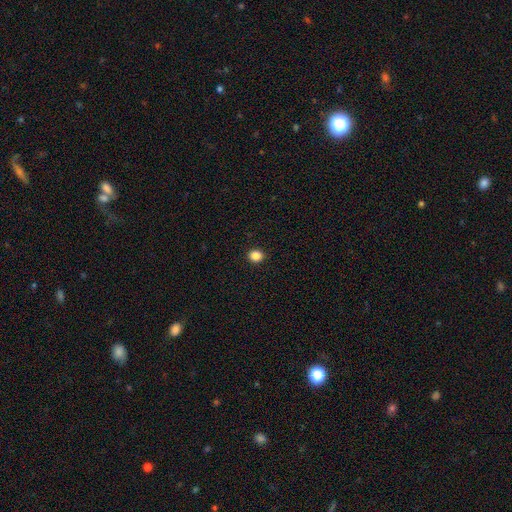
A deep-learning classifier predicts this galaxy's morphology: This appears to be a smooth galaxy with no disk features (86%) that is round (78%). Merging: none (93%).